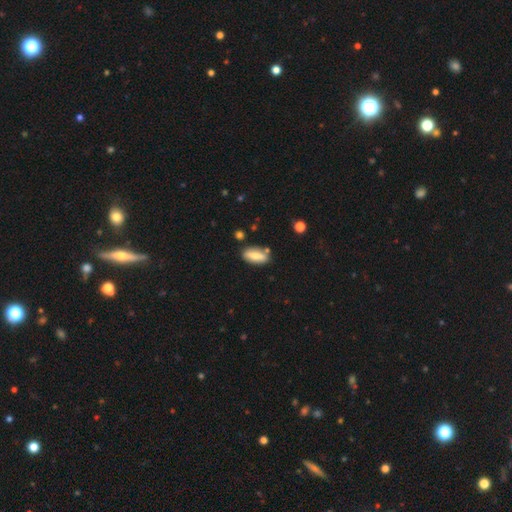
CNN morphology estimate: smooth 73%, featured or disk 20%, star or artifact 7%. Down the decision tree: how rounded — in between (78%); merging — none (78%).